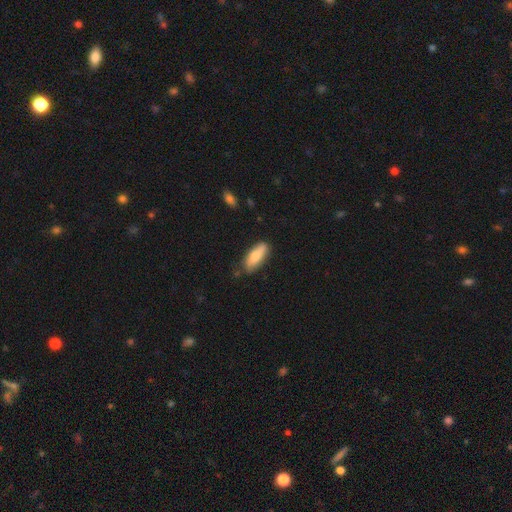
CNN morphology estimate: The model was most divided on "how rounded": in between: 67%, cigar-shaped: 31%, round: 2%. More confident: smooth or featured — smooth (78%); merging — none (77%).